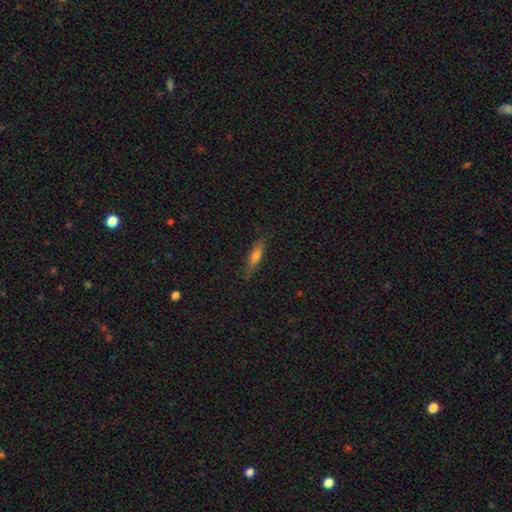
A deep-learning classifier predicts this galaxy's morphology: This appears to be a smooth galaxy with no disk features (62%) that is cigar-shaped (68%). Merging: none (80%).